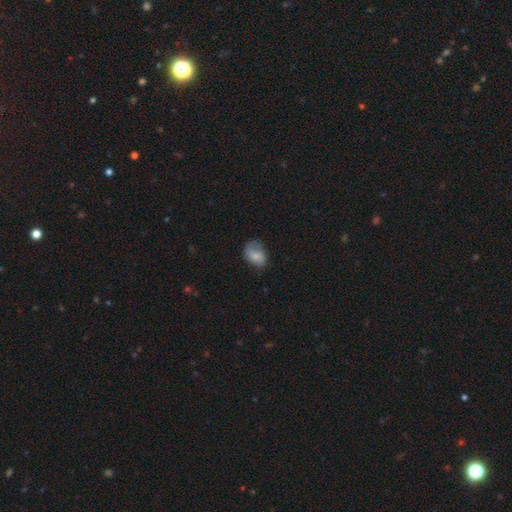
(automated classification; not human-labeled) Morphology: type=smooth (71%); roundness=in between (76%); merging=none (50%).